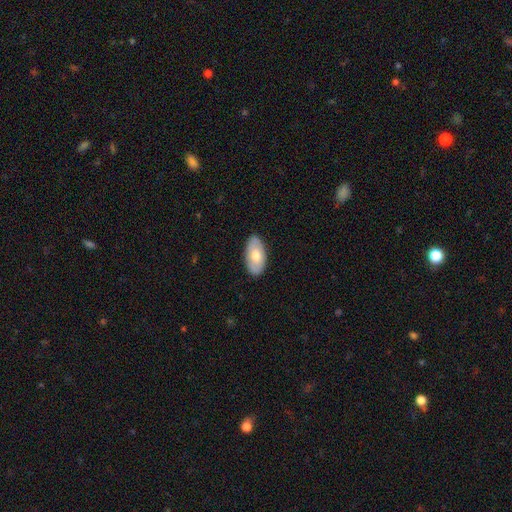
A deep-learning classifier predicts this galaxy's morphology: This appears to be a smooth galaxy with no disk features (64%) that is in between round and cigar-shaped (95%). Merging: none (86%).